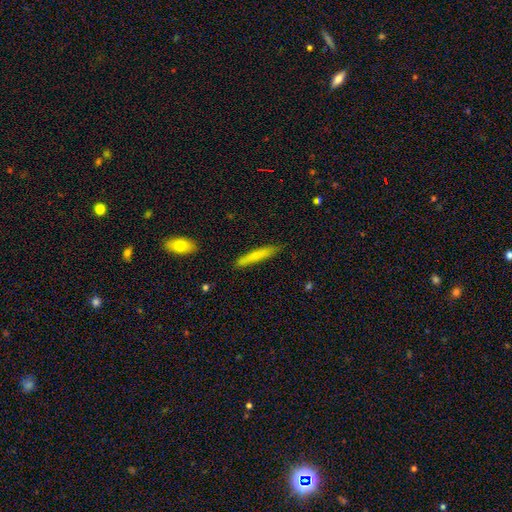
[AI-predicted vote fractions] A smooth galaxy with no disk features (70%) that is cigar-shaped (94%). Merging: none (85%).